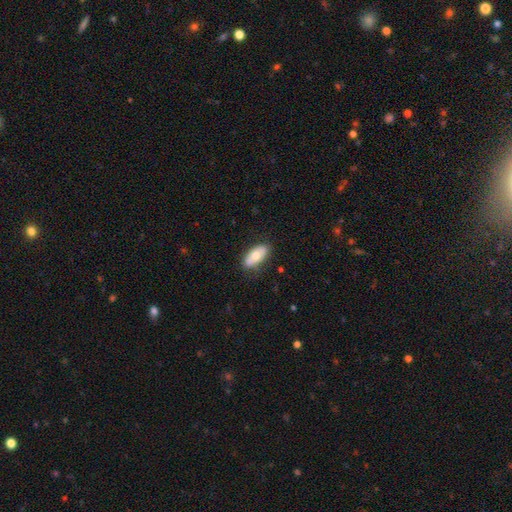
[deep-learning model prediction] smooth 65%, featured or disk 29%, star or artifact 6%. Down the decision tree: how rounded — in between (90%); merging — none (81%).